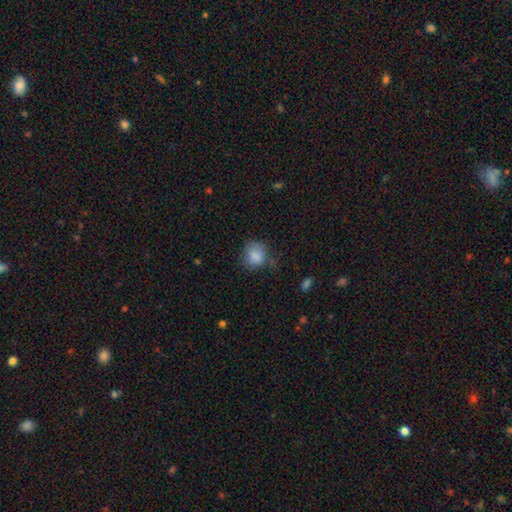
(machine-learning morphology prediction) Overall: smooth (85%). How rounded: round (74%). Merging: none (57%; minor disturbance 28%).